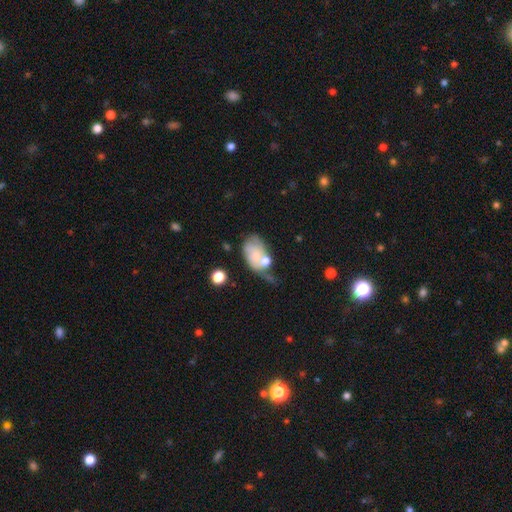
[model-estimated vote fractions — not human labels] Overall: smooth (58%; featured or disk 33%). How rounded: in between (85%). Merging: merger (28%; none 25%).